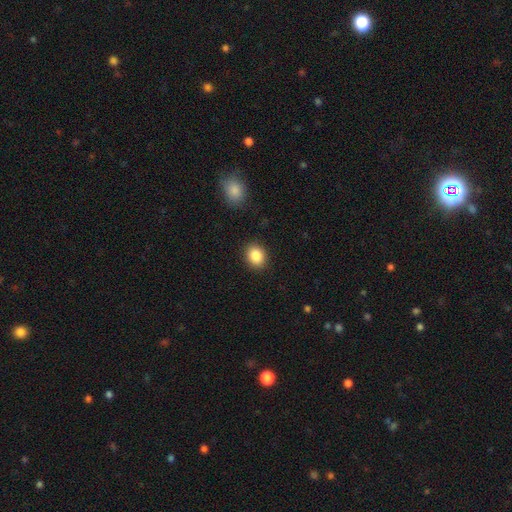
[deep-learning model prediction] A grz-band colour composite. It shows a smooth galaxy with no disk features (86%) that is round (57%). Merging: none (90%).